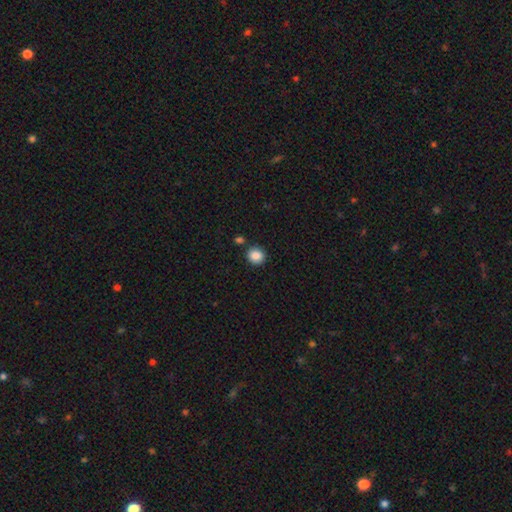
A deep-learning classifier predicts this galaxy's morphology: Q: Smooth or featured?
A: smooth (87%); runner-up: star or artifact (9%)
Q: How rounded?
A: round (84%); runner-up: in between (15%)
Q: Merging?
A: none (83%); runner-up: minor disturbance (8%)